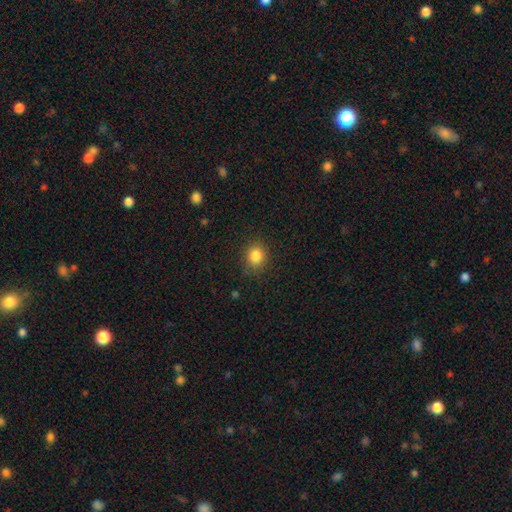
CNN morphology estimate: smooth 85%, star or artifact 11%, featured or disk 5%. Down the decision tree: how rounded — round (70%); merging — none (87%).